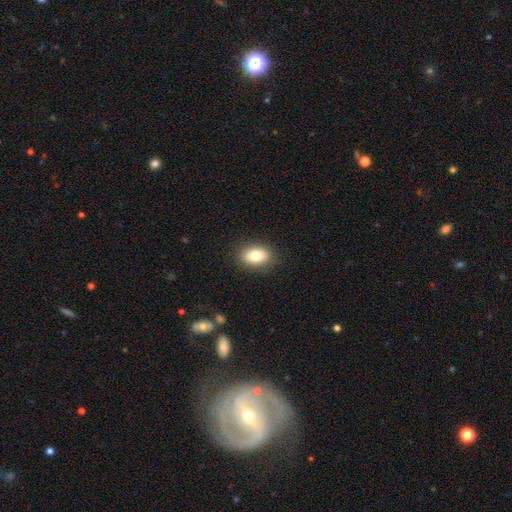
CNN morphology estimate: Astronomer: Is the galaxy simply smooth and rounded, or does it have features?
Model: smooth — 80%.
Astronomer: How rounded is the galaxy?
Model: in between — 82%.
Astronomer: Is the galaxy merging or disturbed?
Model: none — 87%.